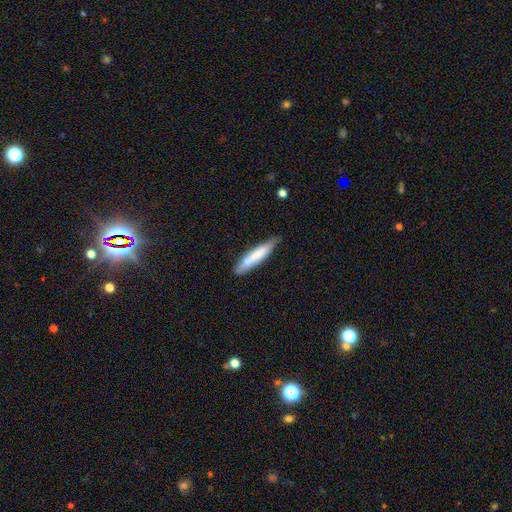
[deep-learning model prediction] Smooth or featured? smooth (70%)
How rounded? cigar-shaped (86%)
Merging? none (72%)